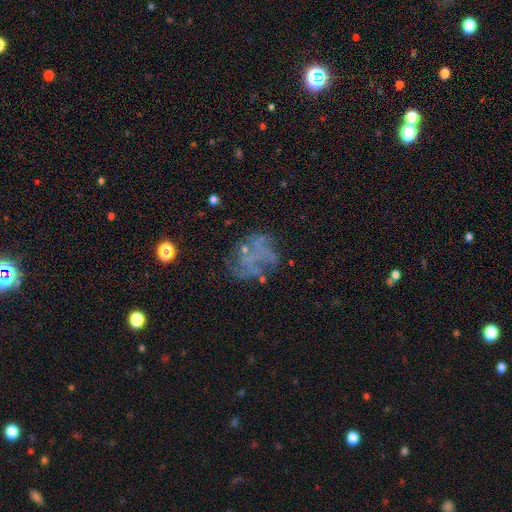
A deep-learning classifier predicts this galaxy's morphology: This appears to be a featured or disk galaxy (56%) with no bar (88%), no spiral arms (69%) and no central bulge (75%). Merging: none (54%).